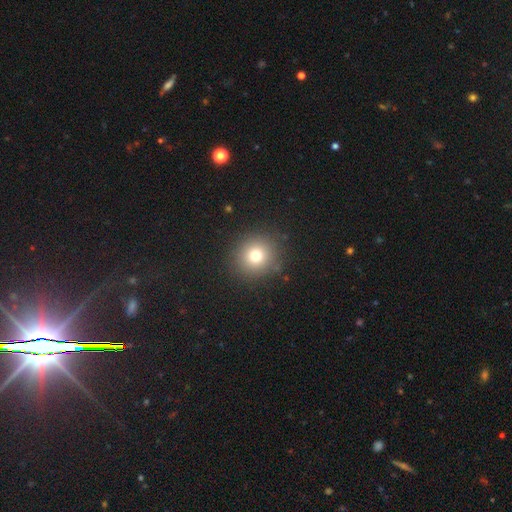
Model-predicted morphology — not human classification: Smooth or featured: smooth — 75% (star or artifact — 15%)
How rounded: round — 91% (in between — 8%)
Merging: none — 89% (minor disturbance — 7%)